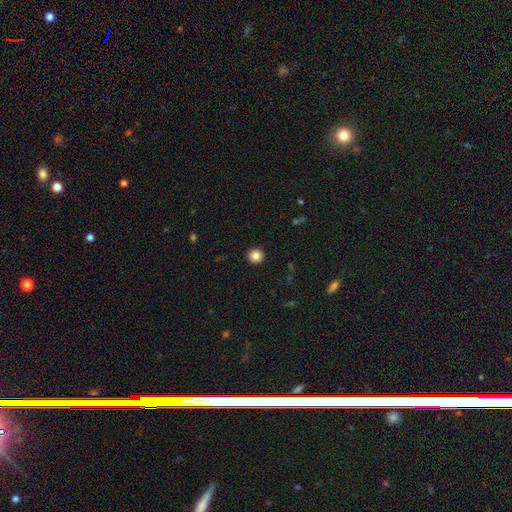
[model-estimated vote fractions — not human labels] smooth-or-featured: smooth: 84% | star or artifact: 11% | featured or disk: 5%
  how-rounded: round: 94% | in between: 5% | cigar-shaped: 1%
  merging: none: 93% | minor disturbance: 4% | major disturbance: 2% | merger: 1%